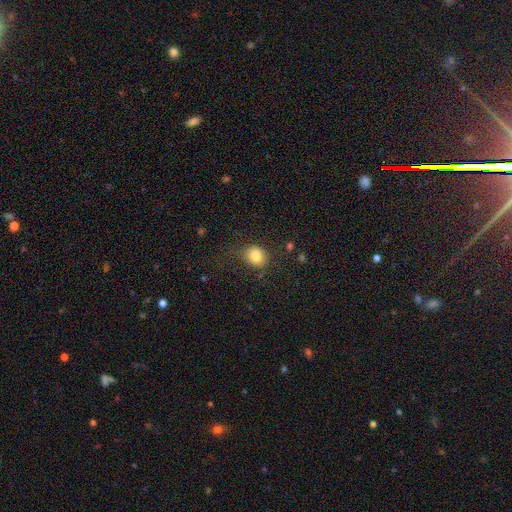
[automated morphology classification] Smooth or featured? smooth (81%)
How rounded? round (56%)
Merging? none (66%)